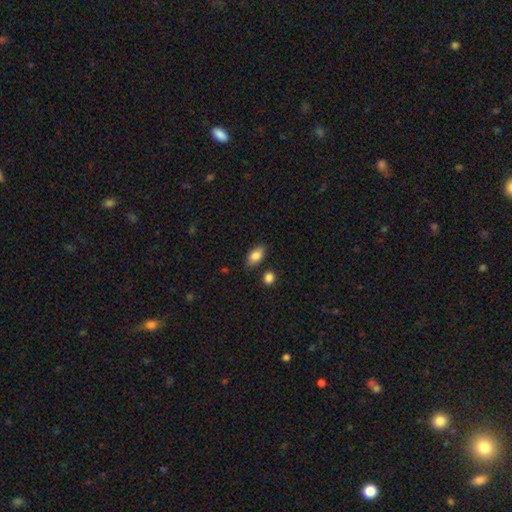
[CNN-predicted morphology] smooth_or_featured: smooth (p=0.83) [alt: featured or disk p=0.09]
how_rounded: in between (p=0.89) [alt: round p=0.06]
merging: none (p=0.82) [alt: minor disturbance p=0.12]